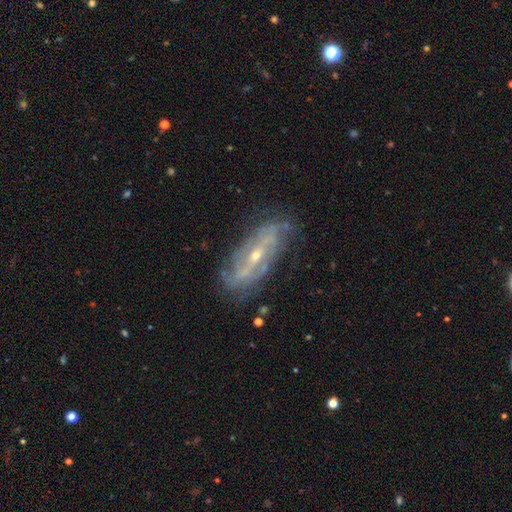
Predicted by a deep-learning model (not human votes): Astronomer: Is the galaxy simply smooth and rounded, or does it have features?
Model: featured or disk — 85%.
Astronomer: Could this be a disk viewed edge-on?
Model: no — 84%.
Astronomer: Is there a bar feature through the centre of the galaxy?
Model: strong — 40% (runner-up: weak, 32%).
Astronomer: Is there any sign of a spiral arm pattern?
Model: yes — 88%.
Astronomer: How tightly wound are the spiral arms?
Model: medium — 39% (runner-up: tight, 34%).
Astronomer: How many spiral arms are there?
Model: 2 — 58%.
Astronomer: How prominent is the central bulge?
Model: small — 66%.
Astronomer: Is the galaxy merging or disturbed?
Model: none — 71%.